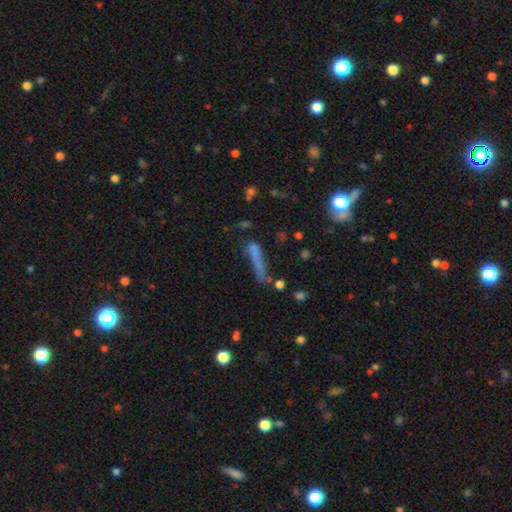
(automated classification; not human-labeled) Smooth or featured: smooth — 61% (featured or disk — 25%)
How rounded: cigar-shaped — 87% (in between — 10%)
Merging: none — 46% (minor disturbance — 22%)